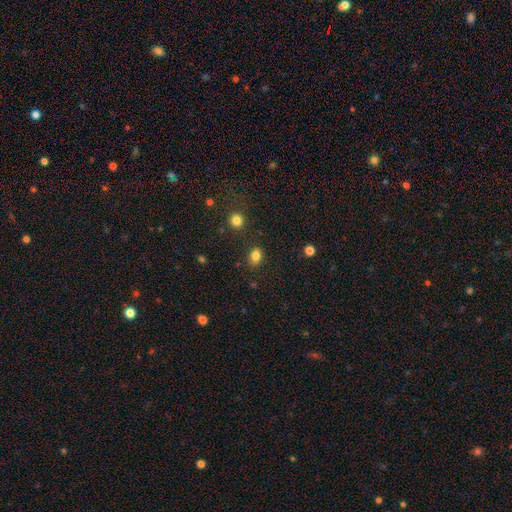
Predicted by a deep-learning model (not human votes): Smooth or featured? smooth (83%)
How rounded? in between (73%)
Merging? none (84%)